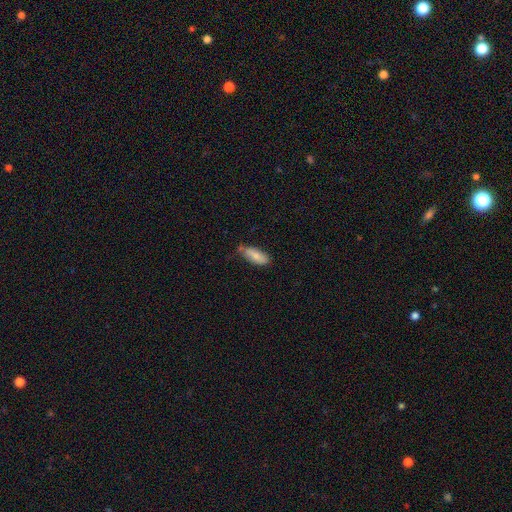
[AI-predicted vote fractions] Morphology: type=smooth (80%); roundness=in between (78%); merging=none (62%).